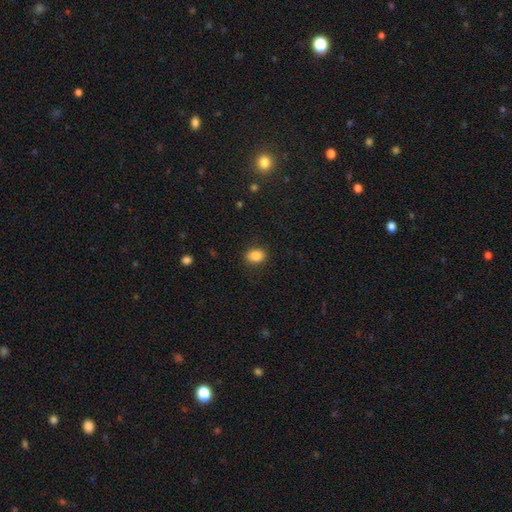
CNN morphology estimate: Overall: smooth (87%). How rounded: in between (67%; round 32%). Merging: none (87%).